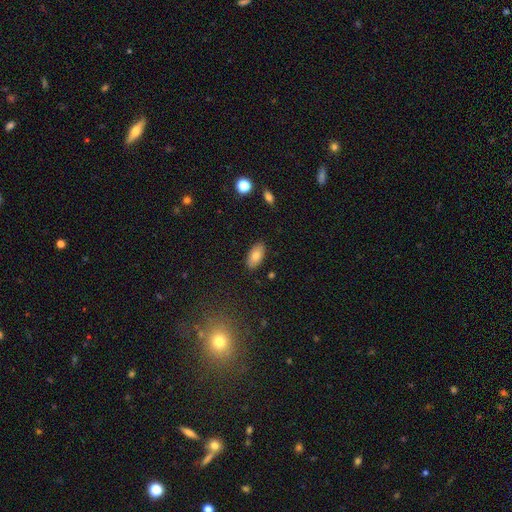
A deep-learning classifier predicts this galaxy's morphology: smooth-or-featured: smooth: 81% | featured or disk: 11% | star or artifact: 8%
  how-rounded: in between: 93% | cigar-shaped: 4% | round: 3%
  merging: none: 87% | minor disturbance: 10% | major disturbance: 2% | merger: 1%